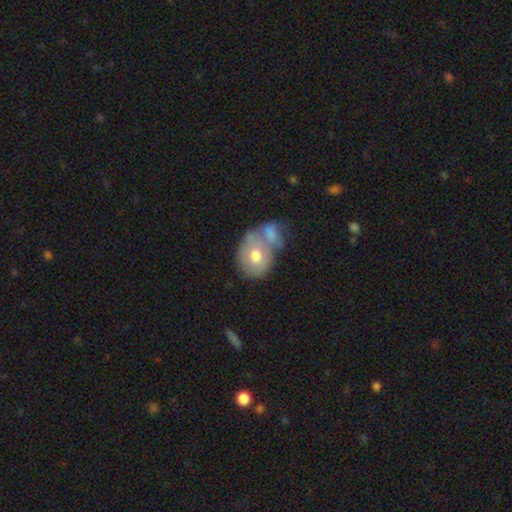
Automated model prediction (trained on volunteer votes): Overall: smooth (62%; featured or disk 31%). How rounded: round (52%; in between 47%). Merging: merger (54%; none 27%).